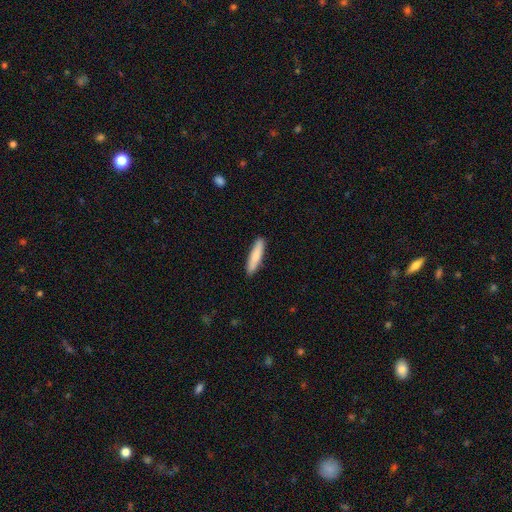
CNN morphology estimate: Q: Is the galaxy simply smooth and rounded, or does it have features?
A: smooth — 81%.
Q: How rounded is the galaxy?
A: cigar-shaped — 85%.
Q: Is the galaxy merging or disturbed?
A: none — 90%.